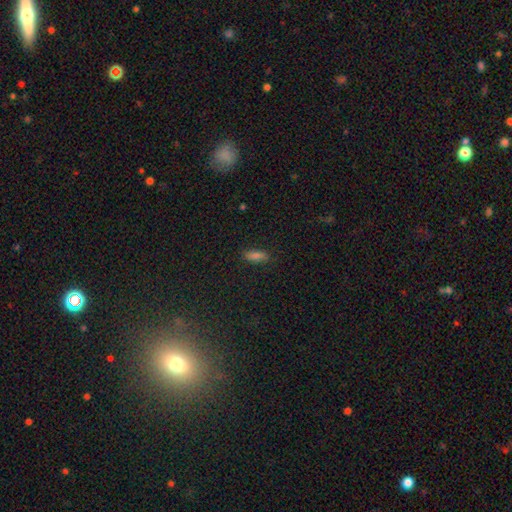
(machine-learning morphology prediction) The model was most divided on "how rounded": in between: 65%, cigar-shaped: 31%, round: 4%. More confident: merging — none (84%); smooth or featured — smooth (76%).